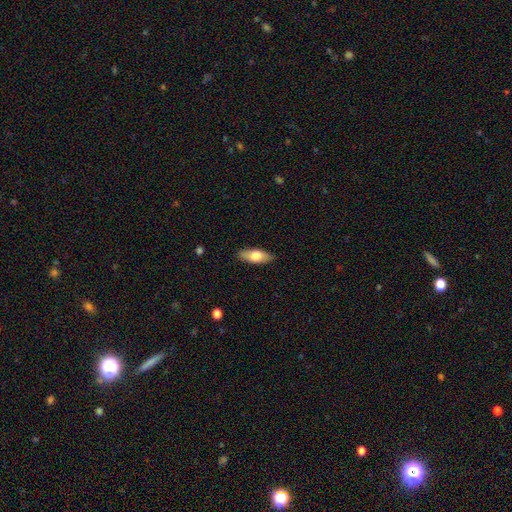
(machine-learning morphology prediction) smooth-or-featured: smooth: 70% | featured or disk: 24% | star or artifact: 6%
  how-rounded: in between: 75% | cigar-shaped: 22% | round: 3%
  merging: none: 87% | minor disturbance: 10% | major disturbance: 2% | merger: 1%